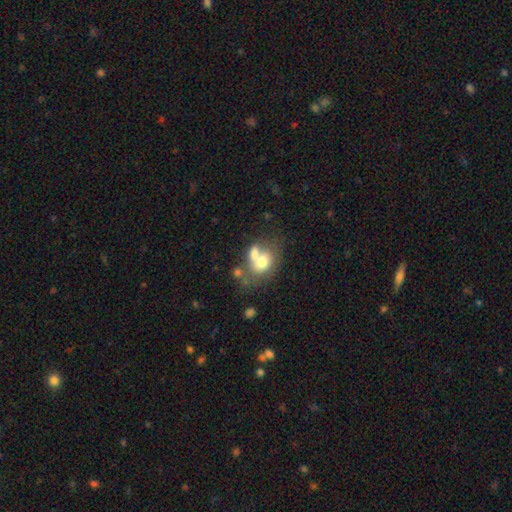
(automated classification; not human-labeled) smooth 64%, featured or disk 26%, star or artifact 11%. Down the decision tree: how rounded — in between (53%); merging — merger (49%).